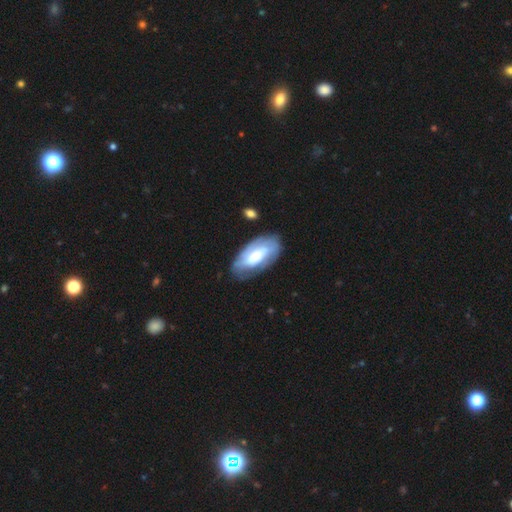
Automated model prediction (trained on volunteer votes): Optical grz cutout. It shows a smooth galaxy with no disk features (47%, tied with featured or disk). Merging: none (64%).